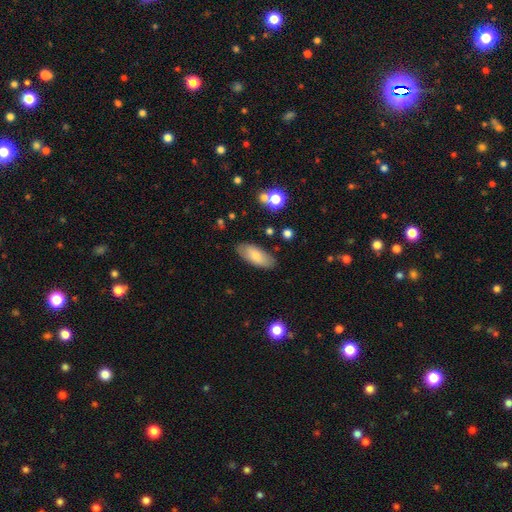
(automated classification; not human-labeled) smooth-or-featured: smooth: 77% | featured or disk: 16% | star or artifact: 7%
  how-rounded: in between: 83% | cigar-shaped: 15% | round: 2%
  merging: none: 83% | minor disturbance: 13% | major disturbance: 3% | merger: 2%